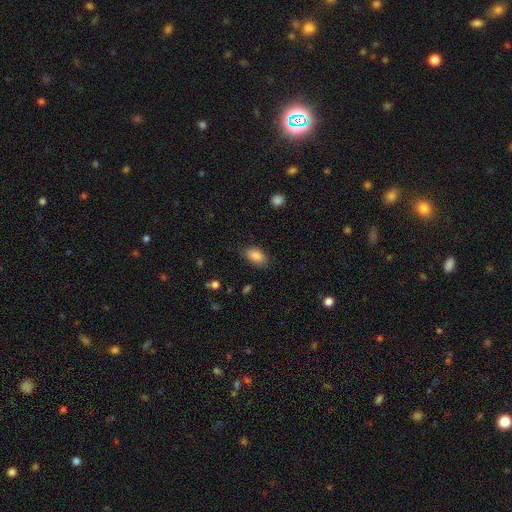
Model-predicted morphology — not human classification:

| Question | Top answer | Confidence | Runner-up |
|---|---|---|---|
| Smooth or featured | smooth | 87% | star or artifact (8%) |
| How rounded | in between | 92% | round (6%) |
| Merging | none | 81% | minor disturbance (14%) |